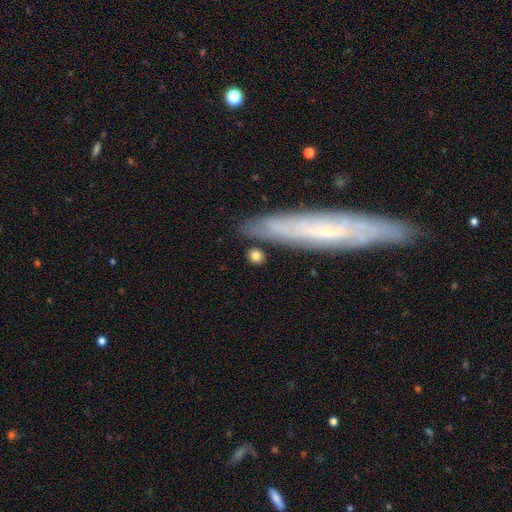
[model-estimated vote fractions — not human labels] Overall: smooth (81%). How rounded: round (52%; in between 37%). Merging: none (81%).